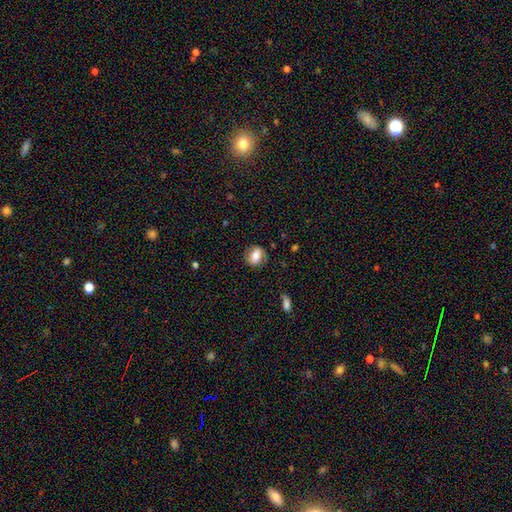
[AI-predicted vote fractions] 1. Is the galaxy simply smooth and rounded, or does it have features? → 66% smooth, 26% featured or disk, 8% star or artifact.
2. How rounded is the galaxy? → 50% round, 49% in between, 2% cigar-shaped.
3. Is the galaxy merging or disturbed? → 77% none, 16% minor disturbance, 6% major disturbance, 1% merger.